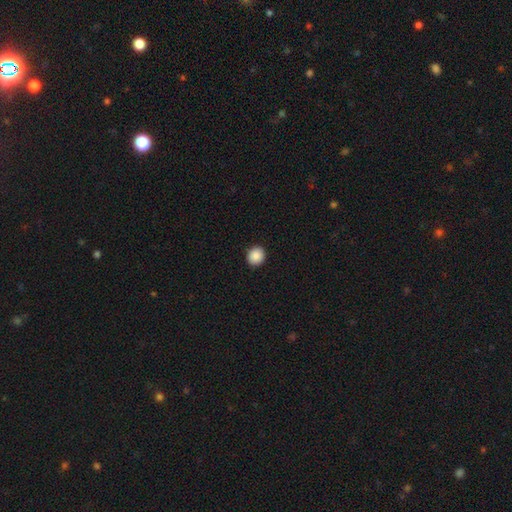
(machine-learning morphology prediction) Smooth or featured? smooth (90%)
How rounded? round (83%)
Merging? none (92%)